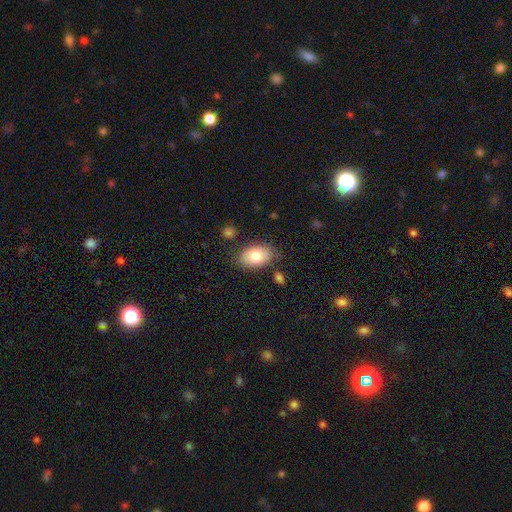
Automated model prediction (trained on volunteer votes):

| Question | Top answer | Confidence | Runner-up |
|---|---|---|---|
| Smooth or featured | smooth | 79% | featured or disk (14%) |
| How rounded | in between | 89% | round (10%) |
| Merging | none | 78% | minor disturbance (15%) |